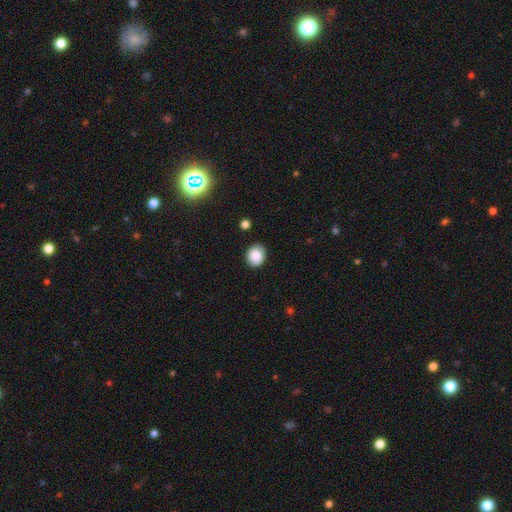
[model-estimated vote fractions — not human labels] Overall: smooth (84%). How rounded: round (64%; in between 35%). Merging: none (85%).